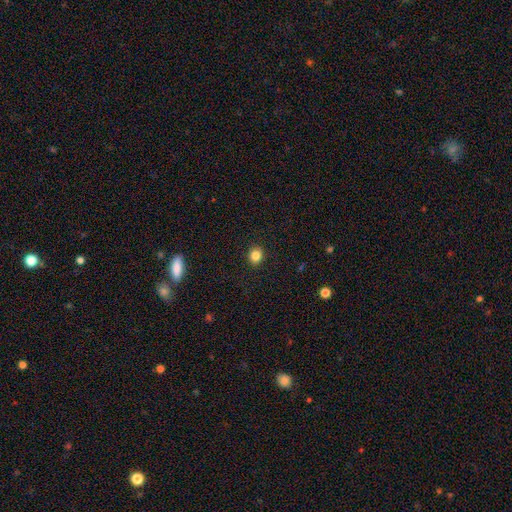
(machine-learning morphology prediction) smooth-or-featured: smooth: 84% | star or artifact: 11% | featured or disk: 5%
  how-rounded: round: 77% | in between: 22% | cigar-shaped: 1%
  merging: none: 91% | minor disturbance: 6% | major disturbance: 2% | merger: 1%